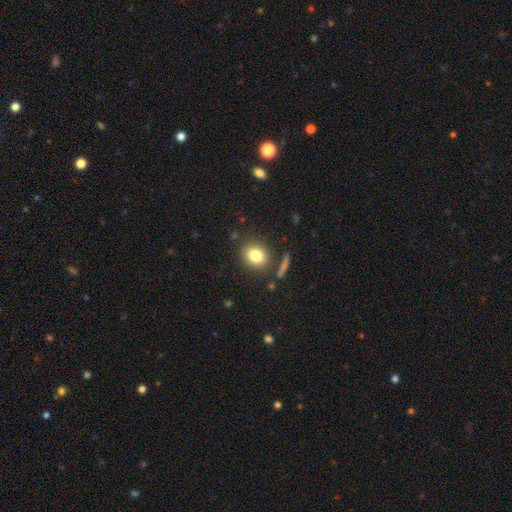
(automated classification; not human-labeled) Smooth or featured: smooth — 81% (star or artifact — 10%)
How rounded: round — 67% (in between — 32%)
Merging: none — 81% (minor disturbance — 10%)